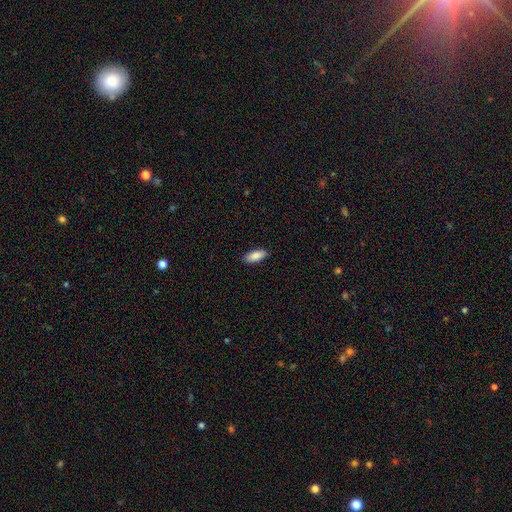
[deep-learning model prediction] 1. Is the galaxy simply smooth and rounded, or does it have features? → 88% smooth, 6% star or artifact, 6% featured or disk.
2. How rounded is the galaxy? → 79% in between, 19% cigar-shaped, 2% round.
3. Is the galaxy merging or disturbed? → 89% none, 9% minor disturbance, 2% major disturbance, 1% merger.